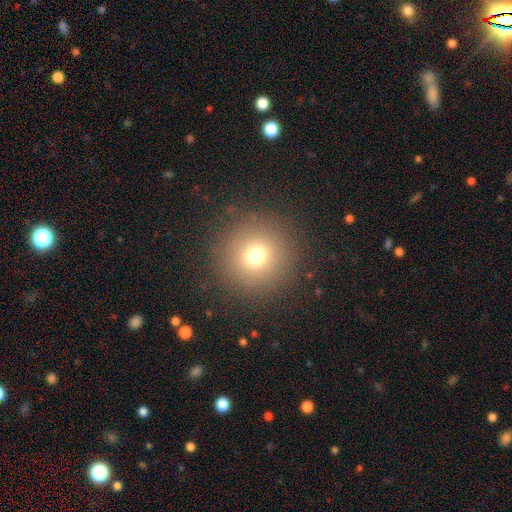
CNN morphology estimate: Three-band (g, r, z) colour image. It shows a smooth galaxy with no disk features (72%) that is round (95%). Merging: none (89%).